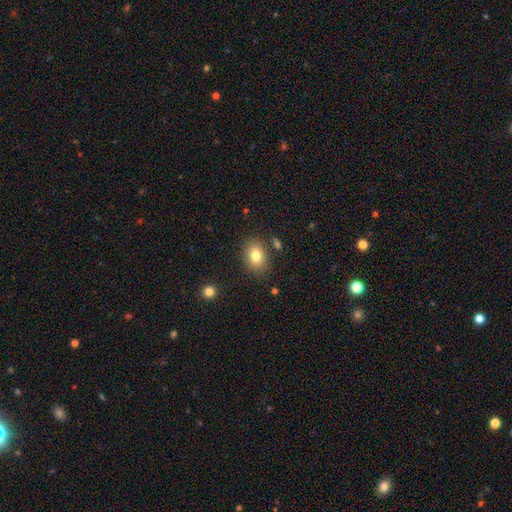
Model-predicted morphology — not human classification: smooth_or_featured: smooth (p=0.80) [alt: featured or disk p=0.10]
how_rounded: in between (p=0.68) [alt: round p=0.31]
merging: none (p=0.81) [alt: minor disturbance p=0.12]